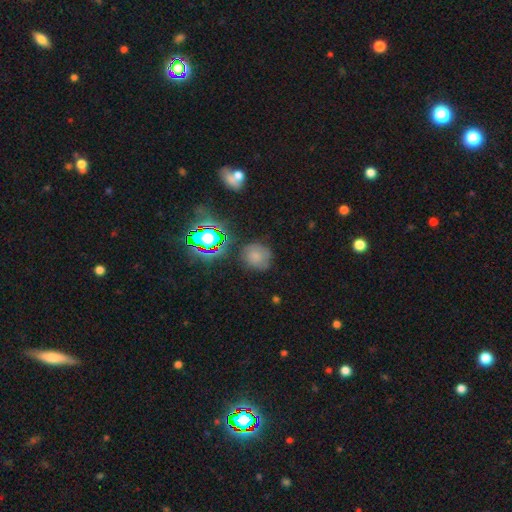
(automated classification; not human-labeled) Q: Smooth or featured?
A: smooth (64%); runner-up: star or artifact (21%)
Q: How rounded?
A: round (78%); runner-up: in between (21%)
Q: Merging?
A: none (71%); runner-up: minor disturbance (19%)